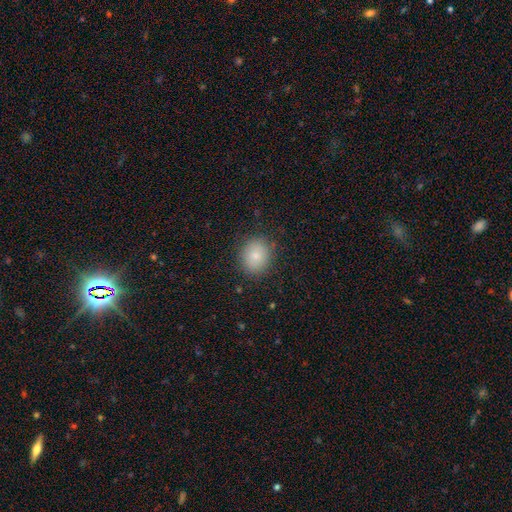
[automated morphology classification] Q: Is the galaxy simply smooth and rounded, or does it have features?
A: smooth — 82%.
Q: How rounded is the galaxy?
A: round — 67%.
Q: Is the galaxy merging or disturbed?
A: none — 85%.